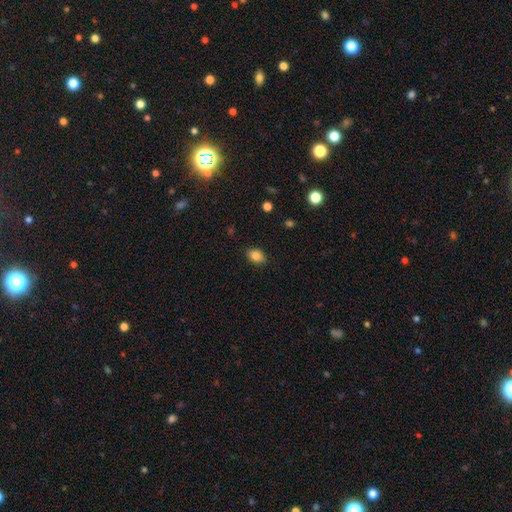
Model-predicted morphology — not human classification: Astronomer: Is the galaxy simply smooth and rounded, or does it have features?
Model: smooth — 85%.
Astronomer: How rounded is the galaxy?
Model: in between — 66%.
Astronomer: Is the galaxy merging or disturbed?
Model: none — 85%.